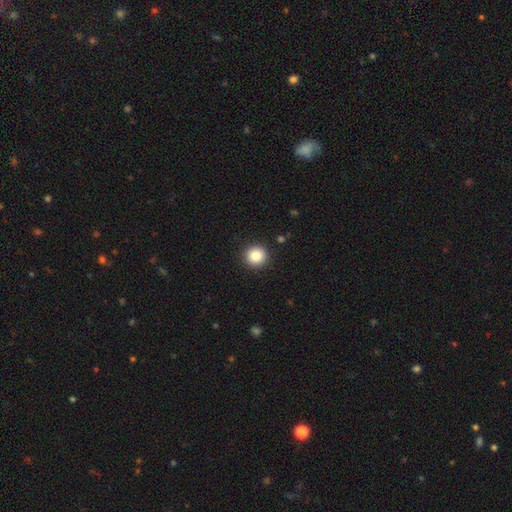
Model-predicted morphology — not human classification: Smooth or featured? Predicted: smooth (p=0.86). How rounded? Predicted: round (p=0.95). Merging? Predicted: none (p=0.92).